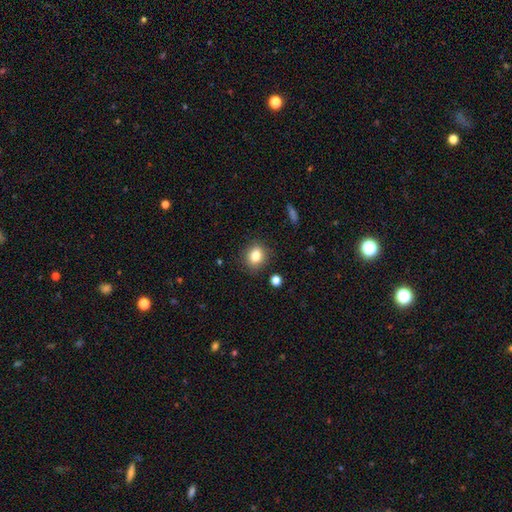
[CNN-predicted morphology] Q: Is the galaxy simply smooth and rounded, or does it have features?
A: smooth — 82%.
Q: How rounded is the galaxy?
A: round — 64%.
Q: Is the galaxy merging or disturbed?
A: none — 87%.